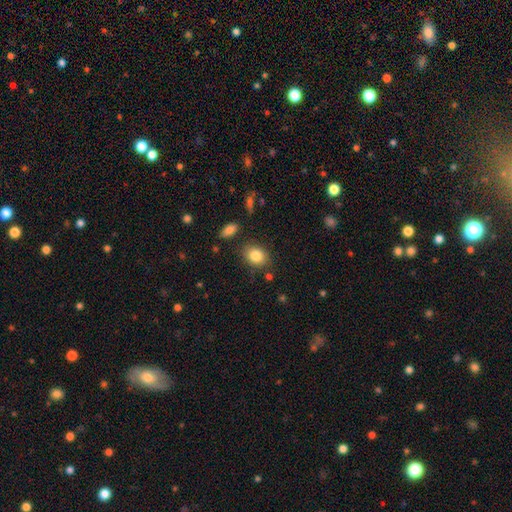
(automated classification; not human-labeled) Smooth or featured?
  - smooth: 84% *
  - star or artifact: 9%
  - featured or disk: 7%
How rounded?
  - in between: 57% *
  - round: 42%
  - cigar-shaped: 1%
Merging?
  - none: 81% *
  - minor disturbance: 12%
  - major disturbance: 3%
  - merger: 3%